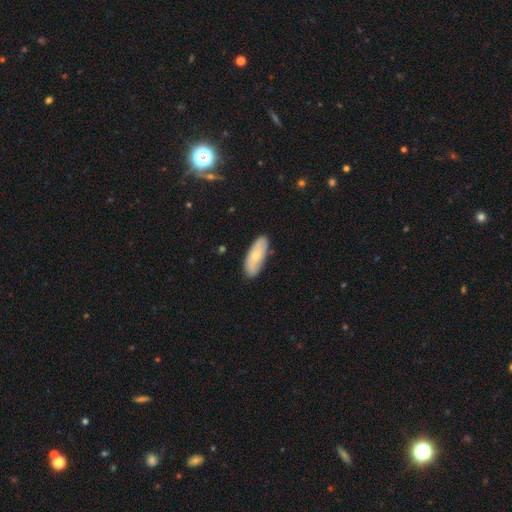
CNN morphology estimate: smooth-or-featured: smooth: 65% | featured or disk: 29% | star or artifact: 6%
  how-rounded: in between: 74% | cigar-shaped: 23% | round: 2%
  merging: none: 83% | minor disturbance: 14% | major disturbance: 2% | merger: 1%